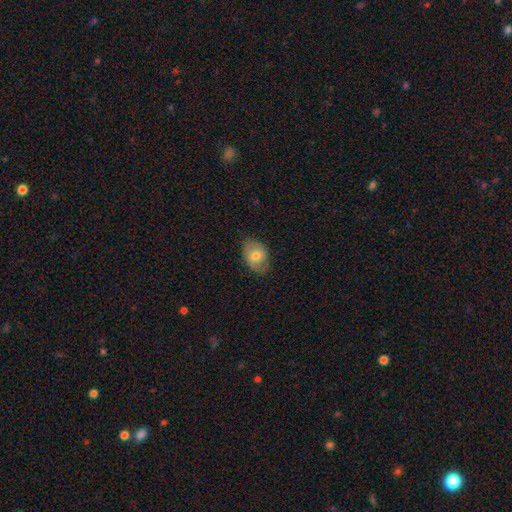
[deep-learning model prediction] Smooth or featured? Predicted: smooth (p=0.69). How rounded? Predicted: in between (p=0.79). Merging? Predicted: none (p=0.76).